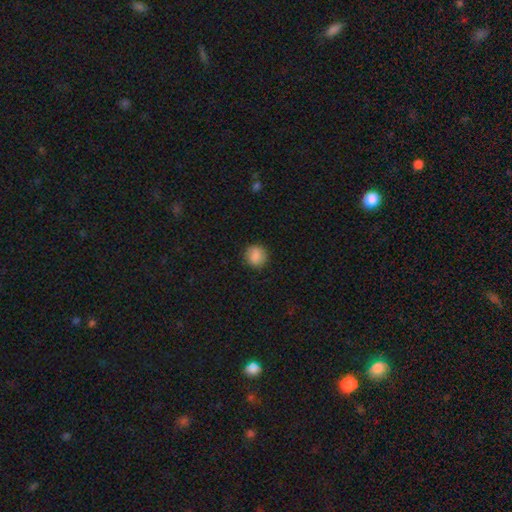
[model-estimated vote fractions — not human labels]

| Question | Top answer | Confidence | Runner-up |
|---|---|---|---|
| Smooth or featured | smooth | 87% | star or artifact (8%) |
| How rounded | round | 89% | in between (10%) |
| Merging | none | 89% | minor disturbance (8%) |